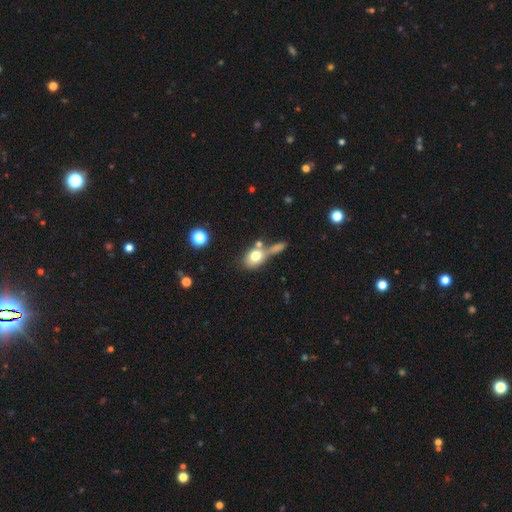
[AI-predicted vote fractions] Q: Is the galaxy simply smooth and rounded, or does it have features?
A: smooth — 74%.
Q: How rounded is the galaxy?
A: in between — 61%.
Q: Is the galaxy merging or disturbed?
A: merger — 39%.